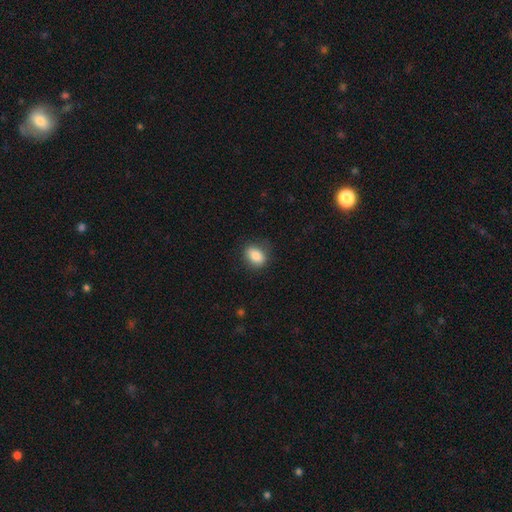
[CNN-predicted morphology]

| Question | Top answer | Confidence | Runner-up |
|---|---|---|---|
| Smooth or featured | smooth | 85% | star or artifact (8%) |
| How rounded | in between | 72% | round (26%) |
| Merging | none | 81% | minor disturbance (14%) |